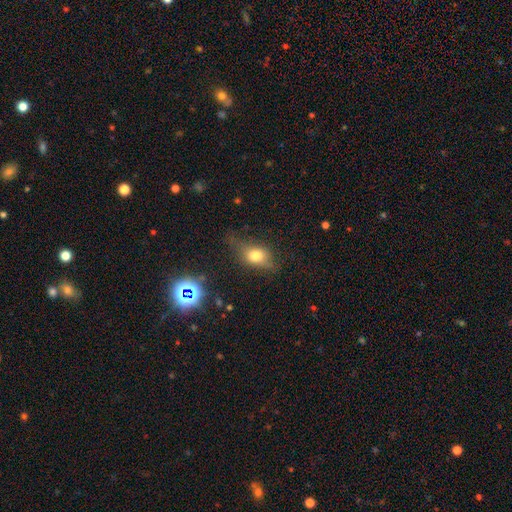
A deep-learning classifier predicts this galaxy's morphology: Q: Smooth or featured?
A: smooth (66%); runner-up: featured or disk (21%)
Q: How rounded?
A: in between (67%); runner-up: round (27%)
Q: Merging?
A: none (55%); runner-up: minor disturbance (28%)